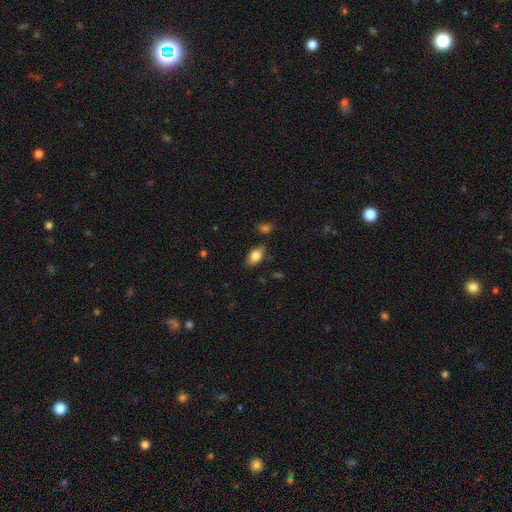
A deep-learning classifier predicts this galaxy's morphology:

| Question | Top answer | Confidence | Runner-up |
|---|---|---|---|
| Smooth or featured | smooth | 83% | featured or disk (9%) |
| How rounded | in between | 92% | round (5%) |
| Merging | none | 82% | minor disturbance (12%) |